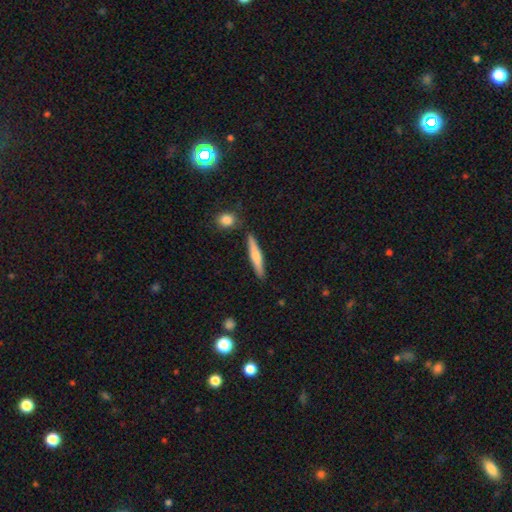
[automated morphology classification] A smooth galaxy with no disk features (58%) that is cigar-shaped (91%). Merging: none (84%).